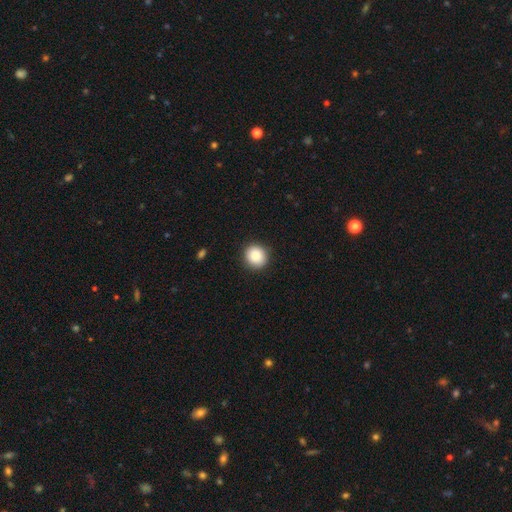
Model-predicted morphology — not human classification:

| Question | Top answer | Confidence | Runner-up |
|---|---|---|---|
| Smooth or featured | smooth | 86% | star or artifact (8%) |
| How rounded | round | 90% | in between (9%) |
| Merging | none | 91% | minor disturbance (6%) |